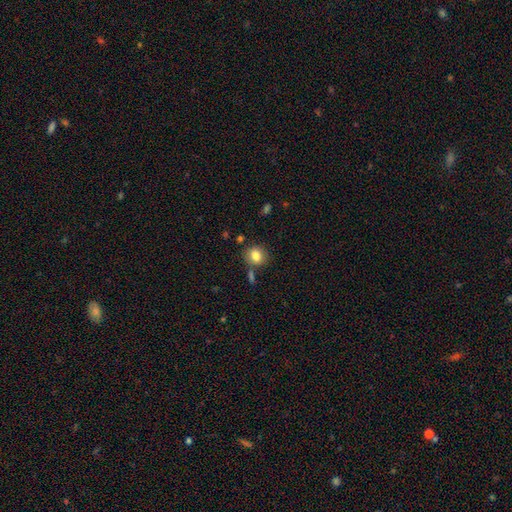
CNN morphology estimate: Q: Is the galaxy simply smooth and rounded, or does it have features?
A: smooth — 82%.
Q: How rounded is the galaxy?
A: round — 69%.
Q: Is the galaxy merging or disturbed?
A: none — 74%.